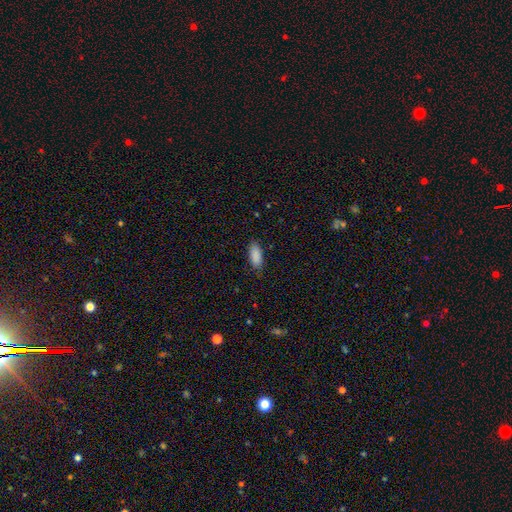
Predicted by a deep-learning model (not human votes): Smooth or featured? smooth (90%)
How rounded? in between (81%)
Merging? none (84%)